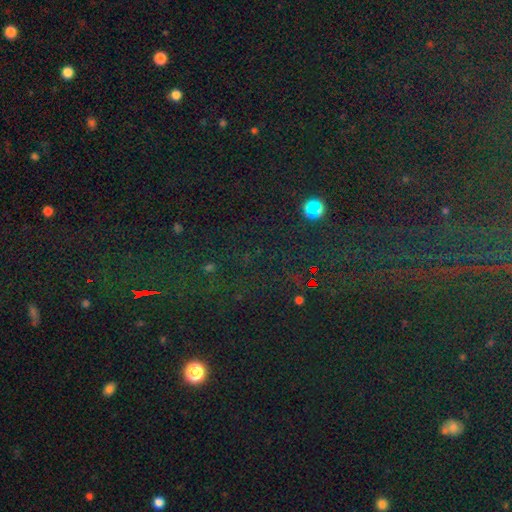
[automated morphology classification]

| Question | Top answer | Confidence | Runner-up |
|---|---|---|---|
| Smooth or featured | star or artifact | 77% | smooth (15%) |